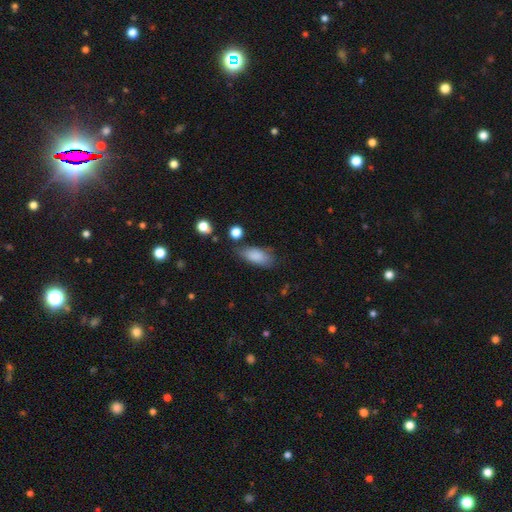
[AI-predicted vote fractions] This appears to be a smooth galaxy with no disk features (84%) that is in between round and cigar-shaped (84%). Merging: none (65%).